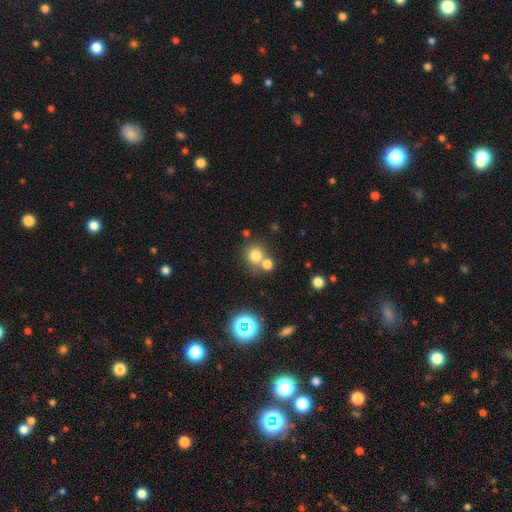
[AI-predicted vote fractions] smooth-or-featured: smooth: 74% | star or artifact: 17% | featured or disk: 9%
  how-rounded: round: 88% | in between: 11% | cigar-shaped: 1%
  merging: none: 57% | merger: 32% | minor disturbance: 8% | major disturbance: 3%